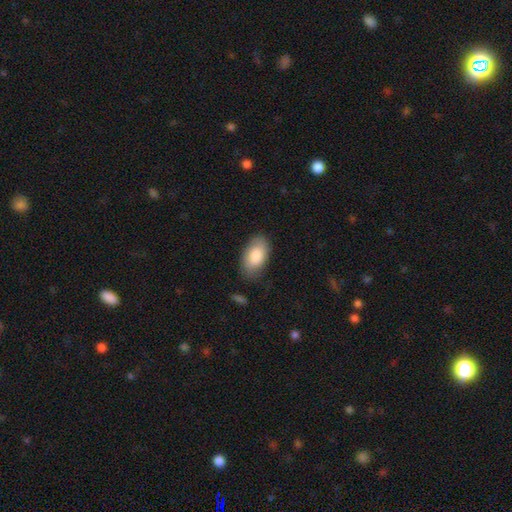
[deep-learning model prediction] Overall: smooth (82%). How rounded: in between (94%). Merging: none (75%).